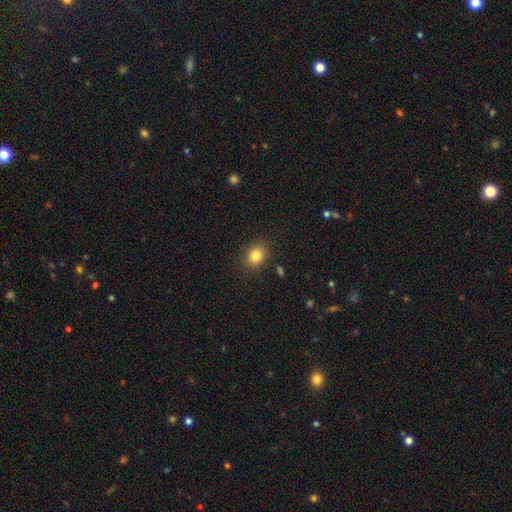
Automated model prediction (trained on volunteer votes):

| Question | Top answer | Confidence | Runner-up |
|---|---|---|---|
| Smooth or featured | smooth | 83% | star or artifact (10%) |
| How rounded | round | 53% | in between (46%) |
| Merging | none | 87% | minor disturbance (9%) |